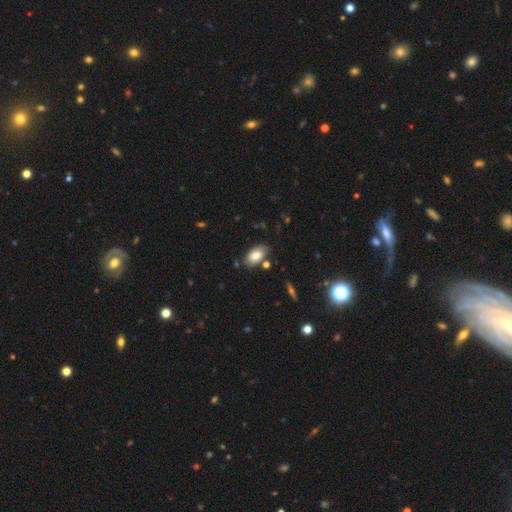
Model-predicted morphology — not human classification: smooth 79%, featured or disk 13%, star or artifact 8%. Down the decision tree: how rounded — in between (93%); merging — none (78%).